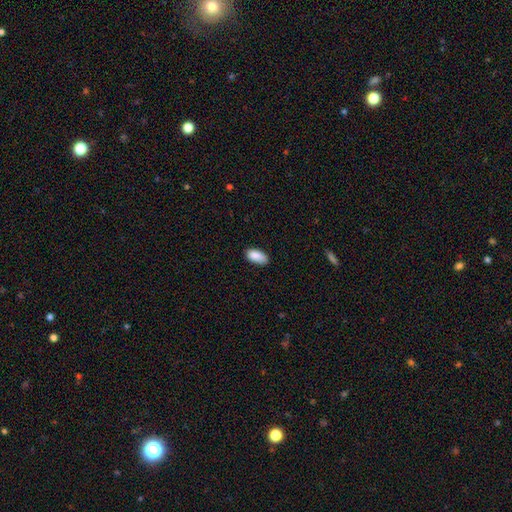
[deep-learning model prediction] This appears to be a smooth galaxy with no disk features (89%) that is in between round and cigar-shaped (92%). Merging: none (78%).